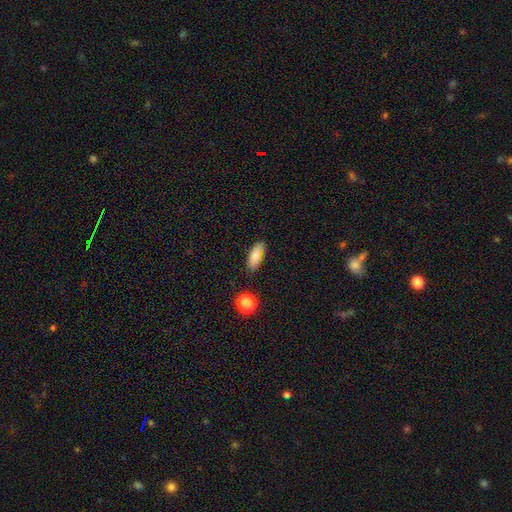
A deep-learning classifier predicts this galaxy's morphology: Q: Smooth or featured?
A: smooth (83%); runner-up: star or artifact (9%)
Q: How rounded?
A: in between (73%); runner-up: cigar-shaped (23%)
Q: Merging?
A: none (77%); runner-up: minor disturbance (16%)